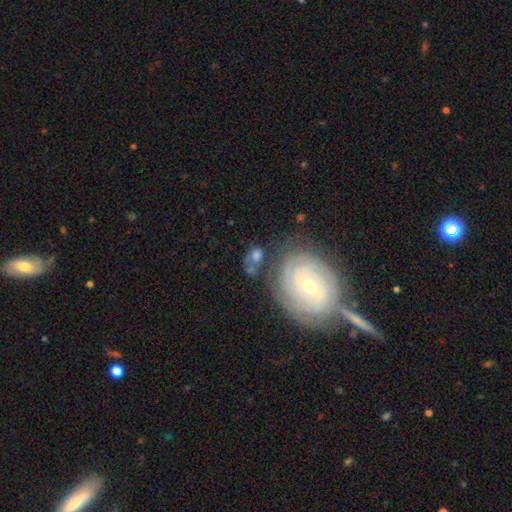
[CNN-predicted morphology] A smooth galaxy with no disk features (47%). Merging: none (48%).